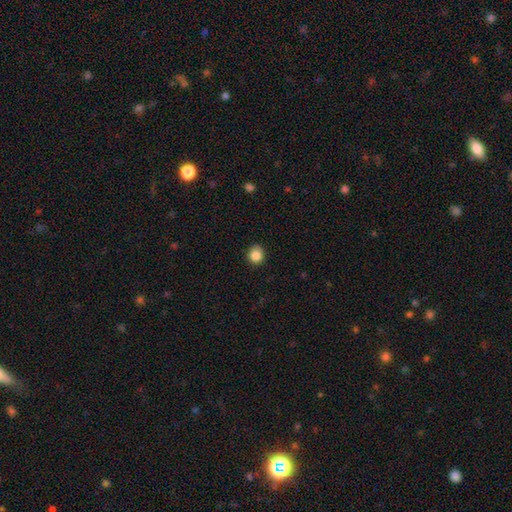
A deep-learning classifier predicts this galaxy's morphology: Q: Smooth or featured?
A: smooth (86%); runner-up: star or artifact (10%)
Q: How rounded?
A: round (86%); runner-up: in between (14%)
Q: Merging?
A: none (87%); runner-up: minor disturbance (10%)